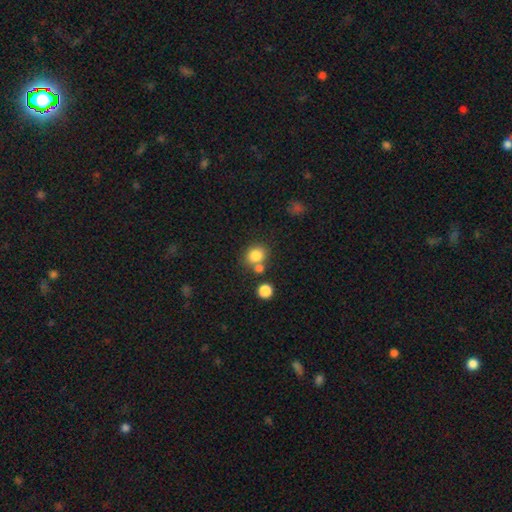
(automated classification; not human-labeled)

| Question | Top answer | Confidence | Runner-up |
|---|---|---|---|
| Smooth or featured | smooth | 82% | star or artifact (11%) |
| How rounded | round | 72% | in between (28%) |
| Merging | none | 65% | merger (22%) |